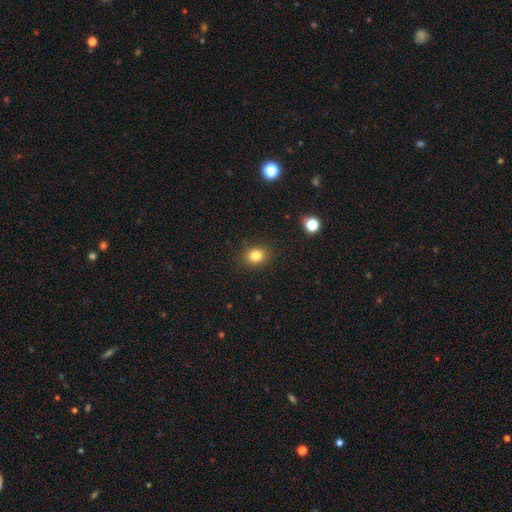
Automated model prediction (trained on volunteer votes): smooth-or-featured: smooth: 82% | star or artifact: 12% | featured or disk: 6%
  how-rounded: round: 64% | in between: 35% | cigar-shaped: 1%
  merging: none: 87% | minor disturbance: 9% | major disturbance: 3% | merger: 1%